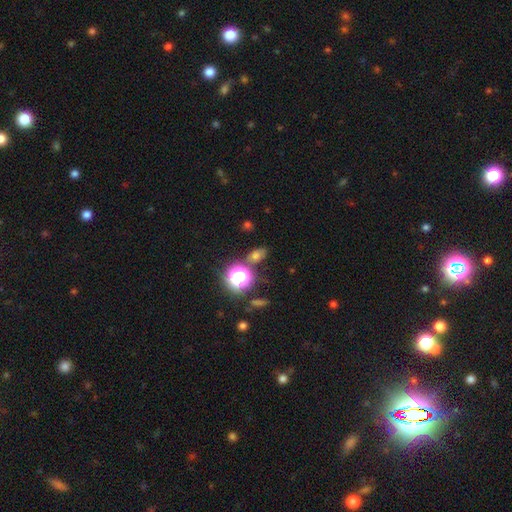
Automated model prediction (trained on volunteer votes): smooth_or_featured: smooth (p=0.60) [alt: star or artifact p=0.30]
how_rounded: in between (p=0.60) [alt: round p=0.37]
merging: none (p=0.70) [alt: minor disturbance p=0.15]